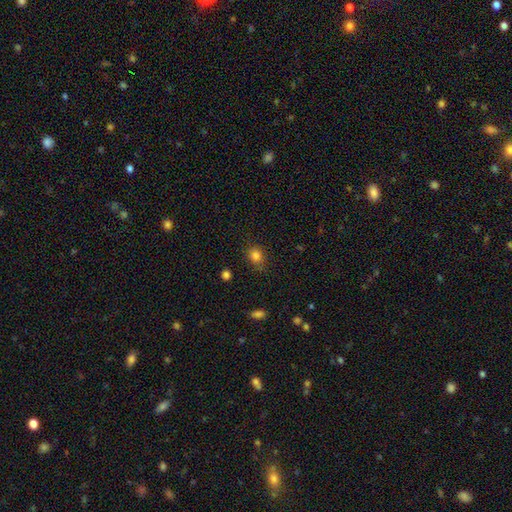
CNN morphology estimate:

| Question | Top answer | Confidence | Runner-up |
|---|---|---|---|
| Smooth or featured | smooth | 82% | star or artifact (12%) |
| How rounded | round | 69% | in between (30%) |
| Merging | none | 80% | minor disturbance (14%) |